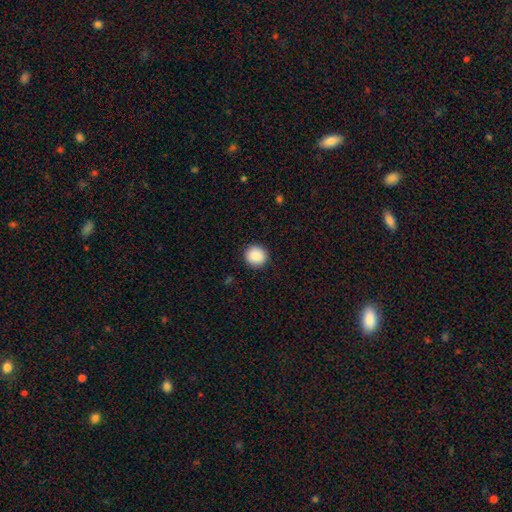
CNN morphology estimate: smooth-or-featured: smooth: 89% | star or artifact: 8% | featured or disk: 3%
  how-rounded: round: 92% | in between: 7% | cigar-shaped: 1%
  merging: none: 91% | minor disturbance: 6% | major disturbance: 2% | merger: 1%